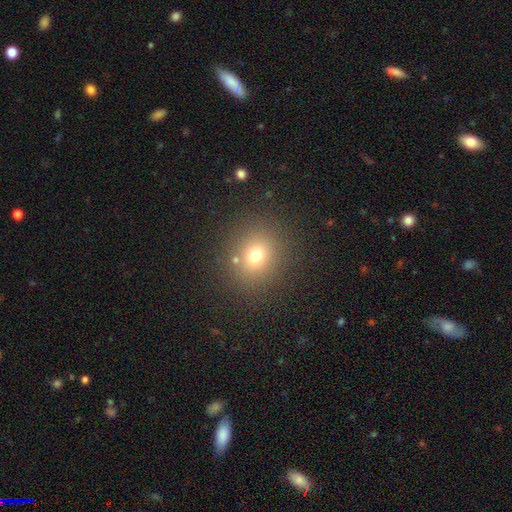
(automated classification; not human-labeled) Morphology: type=smooth (71%); roundness=round (79%); merging=none (84%).